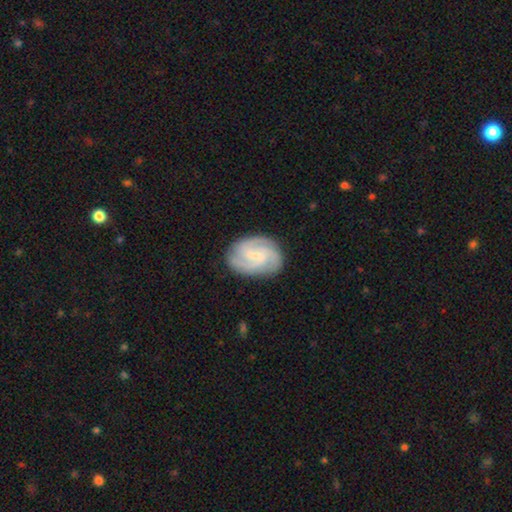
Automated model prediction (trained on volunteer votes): Smooth or featured?
  - featured or disk: 82% *
  - smooth: 13%
  - star or artifact: 5%
Edge-on disk?
  - no: 98% *
  - yes: 2%
Bar?
  - weak: 56% *
  - no: 29%
  - strong: 15%
Spiral arms?
  - yes: 97% *
  - no: 3%
Spiral winding?
  - tight: 46% *
  - medium: 43%
  - loose: 11%
Spiral arm count?
  - 3: 43% *
  - 2: 22%
  - can't tell: 14%
  - 4: 12%
  - 1: 4%
  - more than 4: 4%
Bulge size?
  - small: 63% *
  - moderate: 18%
  - none: 17%
  - large: 1%
  - dominant: 1%
Merging?
  - none: 81% *
  - minor disturbance: 14%
  - major disturbance: 4%
  - merger: 1%